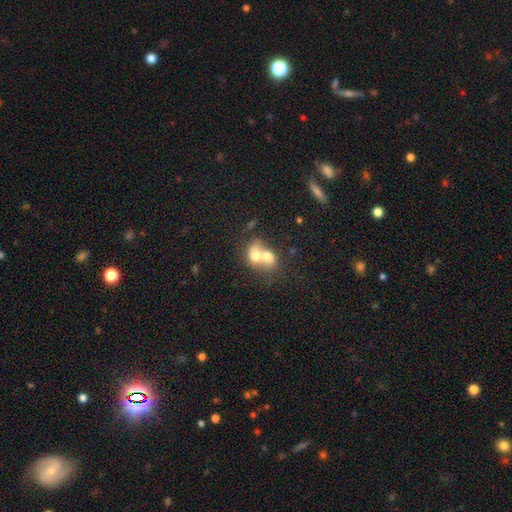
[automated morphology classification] Smooth or featured? Predicted: smooth (p=0.68). How rounded? Predicted: in between (p=0.52). Merging? Predicted: merger (p=0.78).